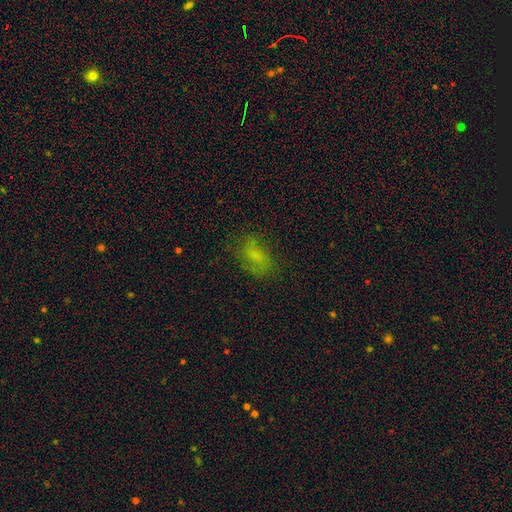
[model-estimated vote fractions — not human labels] The model was most divided on "smooth or featured": smooth: 59%, featured or disk: 25%, star or artifact: 16%. More confident: how rounded — in between (84%); merging — none (65%).